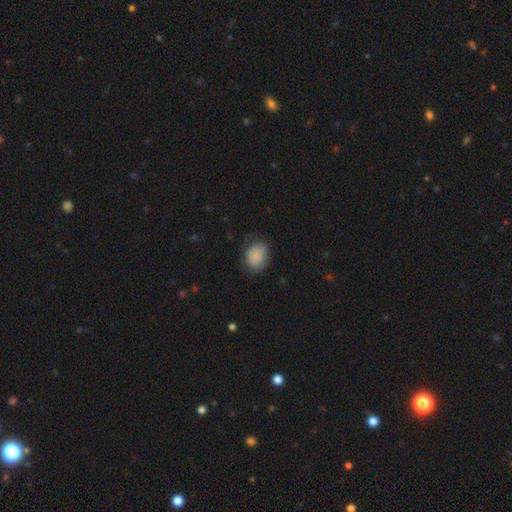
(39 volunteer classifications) Smooth or featured? smooth (85%)
How rounded? in between (52%)
Merging? none (71%)